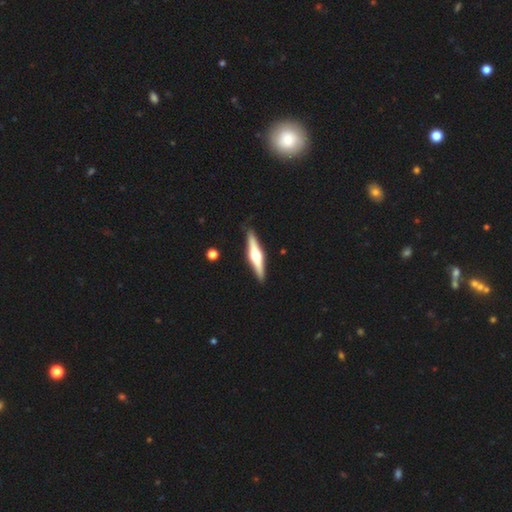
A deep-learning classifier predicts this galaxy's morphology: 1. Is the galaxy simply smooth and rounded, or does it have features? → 74% featured or disk, 21% smooth, 5% star or artifact.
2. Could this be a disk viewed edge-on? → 98% yes, 2% no.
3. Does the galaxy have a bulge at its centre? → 93% rounded, 5% boxy, 2% none.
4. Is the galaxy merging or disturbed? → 89% none, 8% minor disturbance, 2% major disturbance, 1% merger.